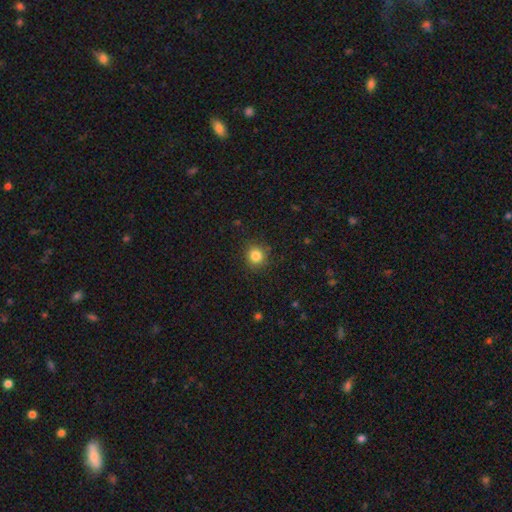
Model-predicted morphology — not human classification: This is clearly a smooth galaxy (83%). How rounded: clearly round (88%). Merging: clearly none (89%).